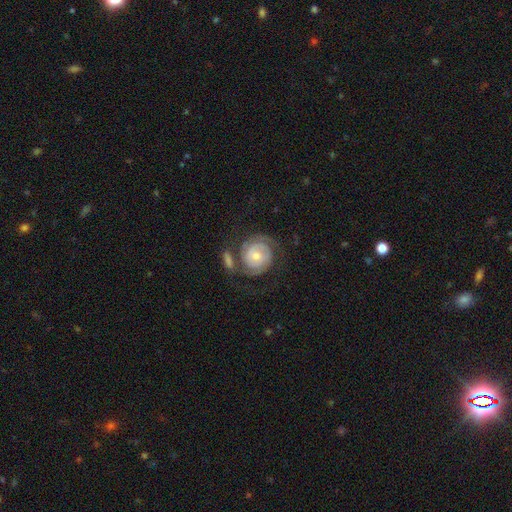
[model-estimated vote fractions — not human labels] Overall: featured or disk (80%). Edge-on disk: no (98%). Bar: no (65%; weak 28%). Spiral arms: yes (95%). Spiral arm count: 2 (67%). Spiral winding: tight (70%). Bulge size: small (50%; moderate 44%). Merging: none (61%).